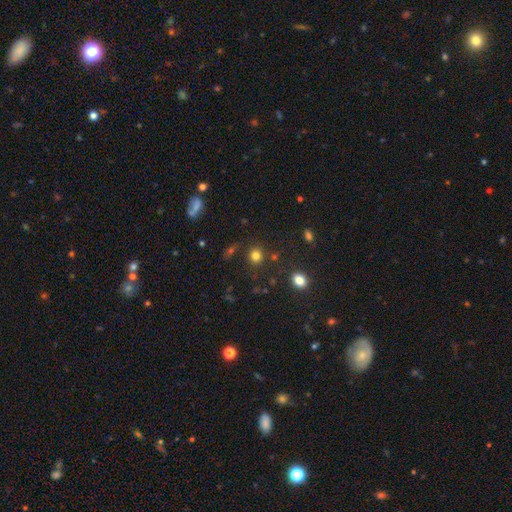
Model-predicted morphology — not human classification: A smooth galaxy with no disk features (79%) that is round (84%).

Vote fractions:
- Smooth or featured? smooth: 79% / star or artifact: 15% / featured or disk: 6%
- How rounded? round: 84% / in between: 15% / cigar-shaped: 1%
- Merging? none: 82% / minor disturbance: 9% / merger: 5% / major disturbance: 4%